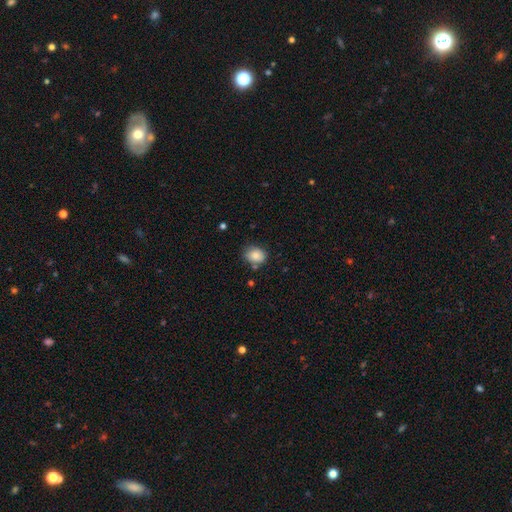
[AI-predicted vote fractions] Smooth or featured?
  - smooth: 85% *
  - star or artifact: 9%
  - featured or disk: 7%
How rounded?
  - round: 52% *
  - in between: 47%
  - cigar-shaped: 1%
Merging?
  - none: 70% *
  - minor disturbance: 21%
  - merger: 5%
  - major disturbance: 4%